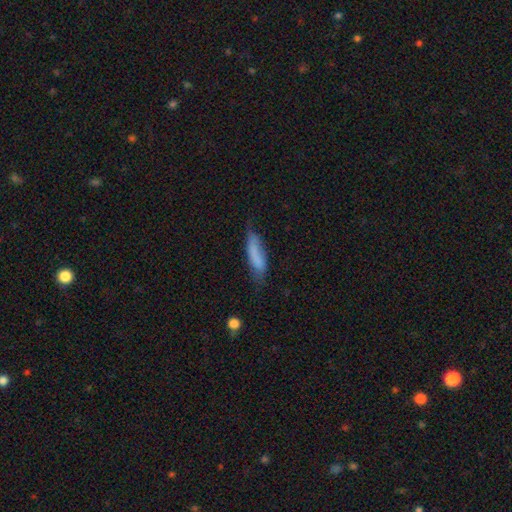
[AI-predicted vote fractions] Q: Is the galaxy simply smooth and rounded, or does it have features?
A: smooth — 74%.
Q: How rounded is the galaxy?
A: cigar-shaped — 61%.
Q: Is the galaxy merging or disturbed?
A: none — 50%.